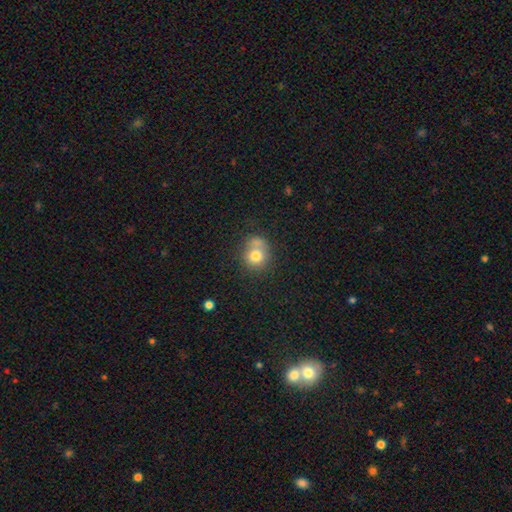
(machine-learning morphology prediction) A smooth galaxy with no disk features (76%) that is round (80%). Merging: none (47%).